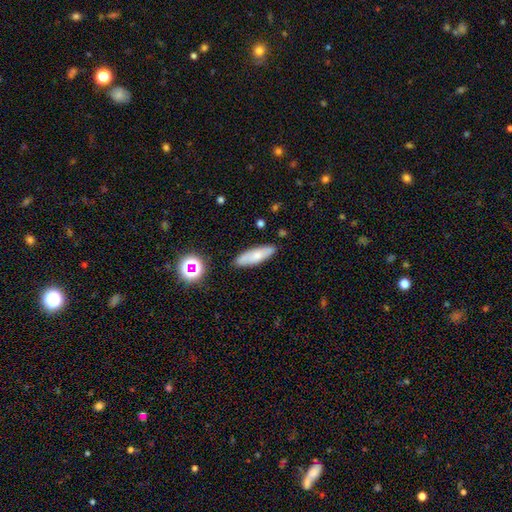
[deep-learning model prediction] Smooth or featured? Predicted: smooth (p=0.70). How rounded? Predicted: cigar-shaped (p=0.52). Merging? Predicted: none (p=0.85).